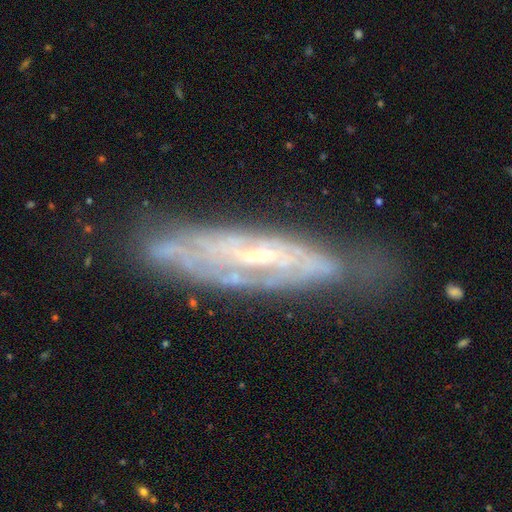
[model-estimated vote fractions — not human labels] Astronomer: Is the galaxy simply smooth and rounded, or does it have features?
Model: featured or disk — 76%.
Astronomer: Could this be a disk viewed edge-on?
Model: no — 64%.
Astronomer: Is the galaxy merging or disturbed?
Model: none — 61%.